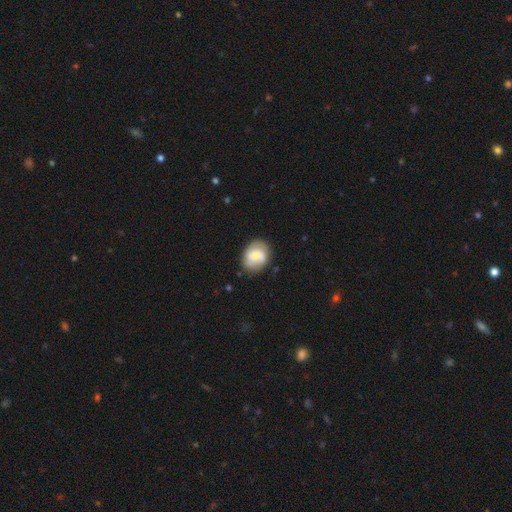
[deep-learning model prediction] smooth_or_featured: smooth (p=0.56) [alt: featured or disk p=0.37]
how_rounded: round (p=0.57) [alt: in between p=0.42]
merging: none (p=0.76) [alt: minor disturbance p=0.17]